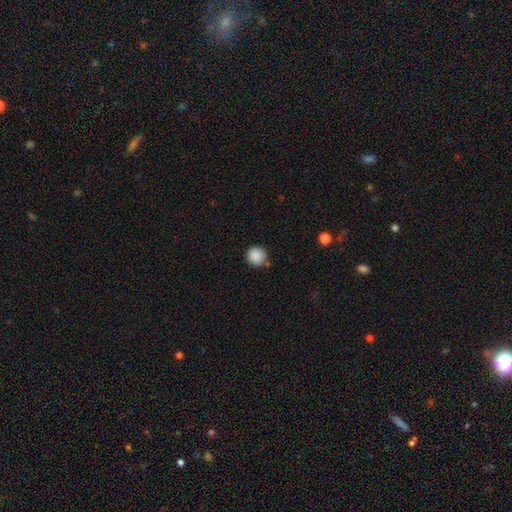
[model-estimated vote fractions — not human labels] This appears to be a smooth galaxy with no disk features (88%) that is round (93%). Merging: none (80%).